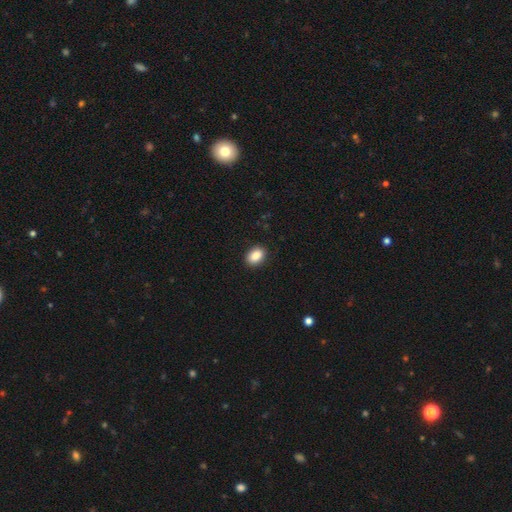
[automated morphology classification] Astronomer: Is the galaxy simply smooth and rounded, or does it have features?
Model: smooth — 88%.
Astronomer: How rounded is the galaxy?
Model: in between — 79%.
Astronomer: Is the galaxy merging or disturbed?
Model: none — 90%.